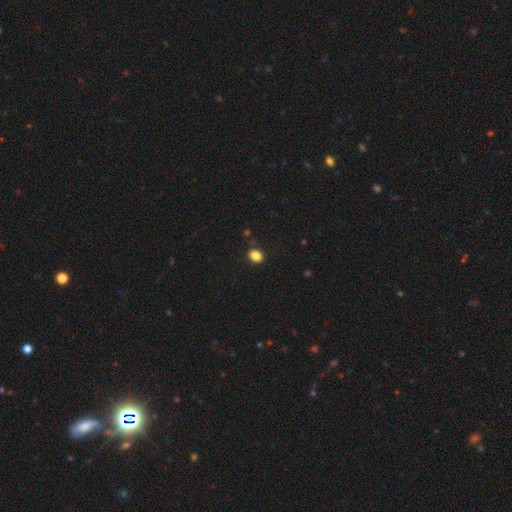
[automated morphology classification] Smooth or featured: smooth — 85% (star or artifact — 11%)
How rounded: in between — 52% (round — 47%)
Merging: none — 84% (minor disturbance — 11%)